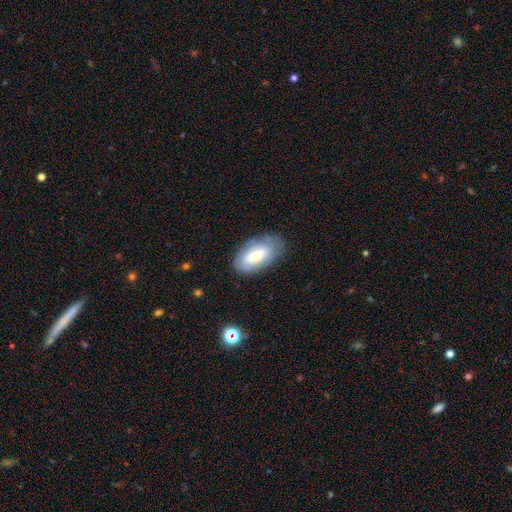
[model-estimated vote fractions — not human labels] This appears to be a smooth galaxy with no disk features (65%) that is in between round and cigar-shaped (93%). Merging: none (73%).